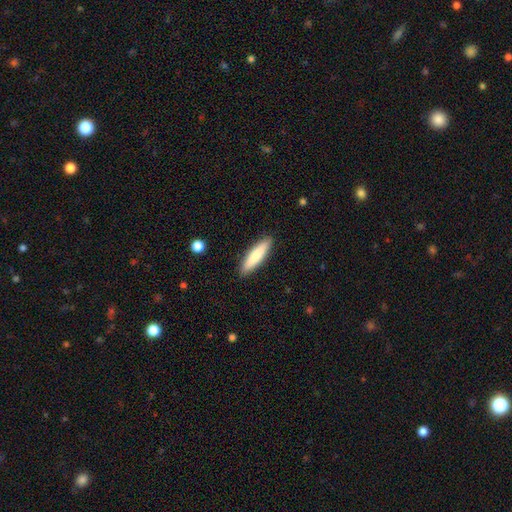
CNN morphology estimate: Smooth or featured?
  - smooth: 79% *
  - featured or disk: 16%
  - star or artifact: 5%
How rounded?
  - cigar-shaped: 73% *
  - in between: 26%
  - round: 1%
Merging?
  - none: 90% *
  - minor disturbance: 8%
  - major disturbance: 2%
  - merger: 1%